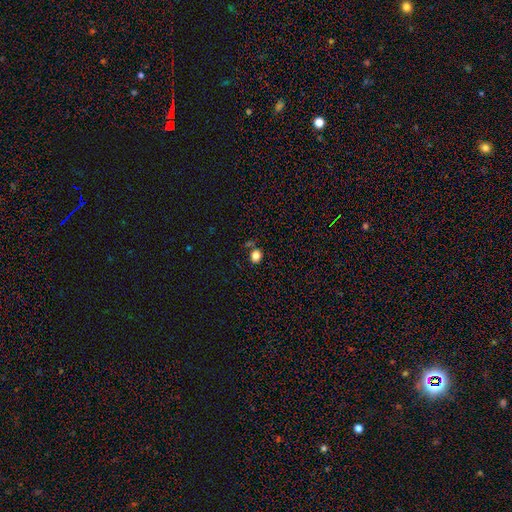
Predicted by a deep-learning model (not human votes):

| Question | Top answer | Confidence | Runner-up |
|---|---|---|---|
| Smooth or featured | smooth | 82% | star or artifact (12%) |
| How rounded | round | 52% | in between (47%) |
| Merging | none | 72% | minor disturbance (13%) |